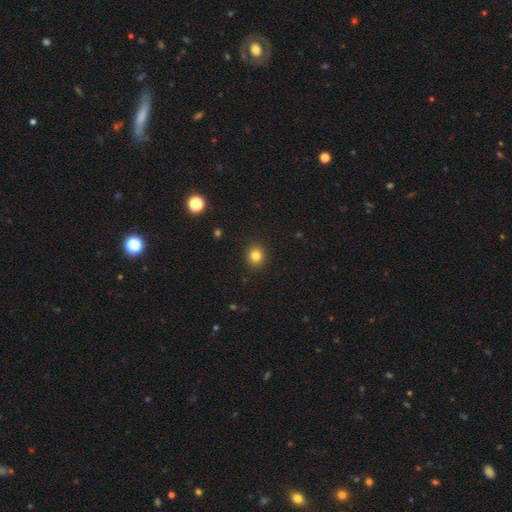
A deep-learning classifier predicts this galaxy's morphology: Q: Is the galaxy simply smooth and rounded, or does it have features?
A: smooth — 81%.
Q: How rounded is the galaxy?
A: round — 83%.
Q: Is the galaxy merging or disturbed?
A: none — 91%.